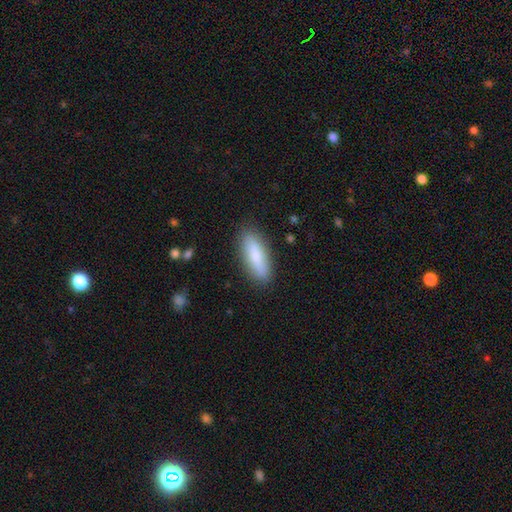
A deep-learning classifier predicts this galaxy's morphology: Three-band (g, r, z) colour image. It shows a smooth galaxy with no disk features (81%) that is in between round and cigar-shaped (52%). Merging: none (87%).